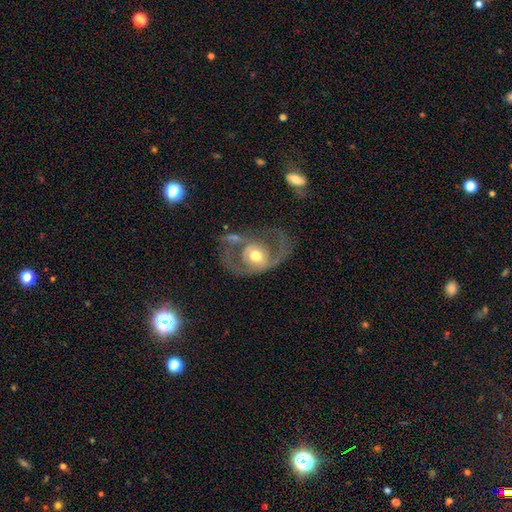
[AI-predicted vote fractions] Overall: featured or disk (73%). Edge-on disk: no (95%). Bar: no (67%). Spiral arms: yes (60%; no 40%). Bulge size: moderate (70%). Merging: none (48%; major disturbance 27%).